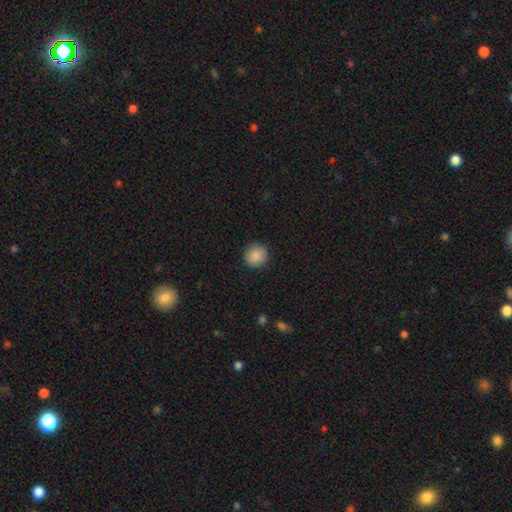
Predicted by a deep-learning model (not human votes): The model was most divided on "smooth or featured": smooth: 88%, star or artifact: 8%, featured or disk: 4%. More confident: how rounded — round (91%); merging — none (90%).